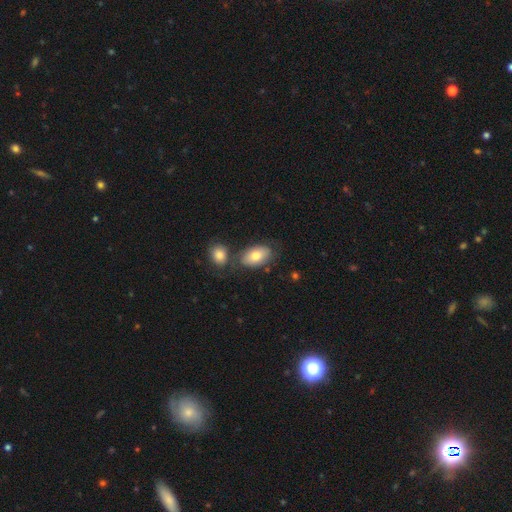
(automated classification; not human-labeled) This appears to be a smooth galaxy with no disk features (77%) that is in between round and cigar-shaped (92%). Merging: none (63%).